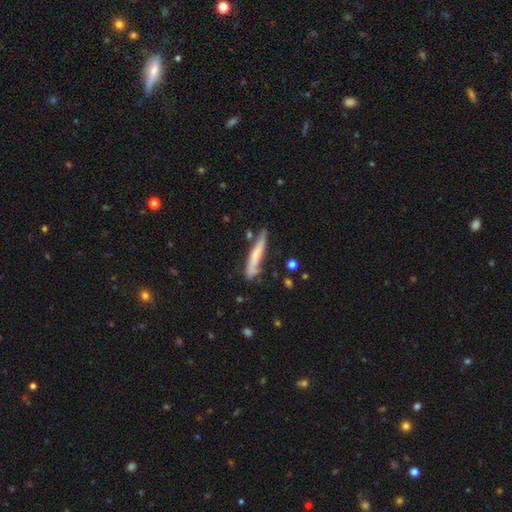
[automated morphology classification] This appears to be a smooth galaxy with no disk features (54%) that is cigar-shaped (91%). Merging: none (67%).